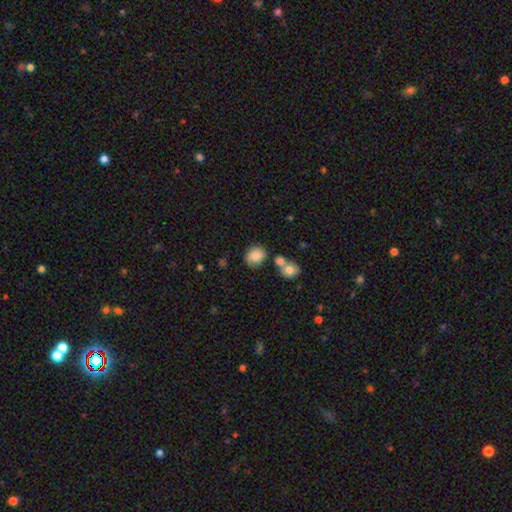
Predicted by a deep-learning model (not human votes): The model was most divided on "how rounded": round: 65%, in between: 34%, cigar-shaped: 1%. More confident: smooth or featured — smooth (83%); merging — none (61%).